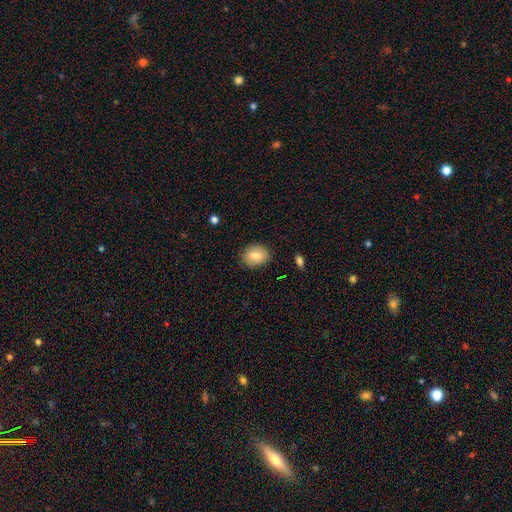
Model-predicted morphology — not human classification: The model was most divided on "how rounded": in between: 63%, round: 36%, cigar-shaped: 1%. More confident: merging — none (86%); smooth or featured — smooth (81%).